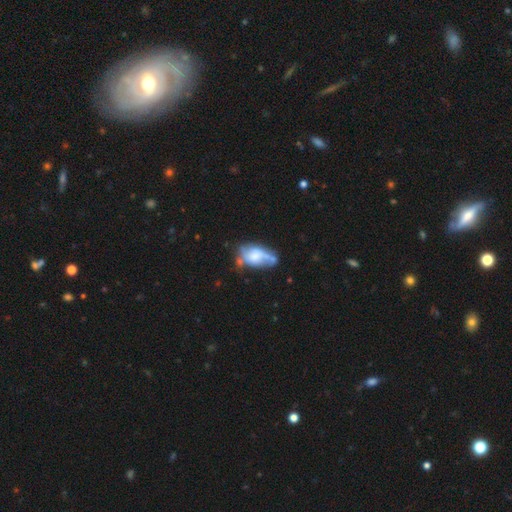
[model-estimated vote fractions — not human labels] Smooth or featured? Predicted: featured or disk (p=0.49). Merging? Predicted: none (p=0.31).